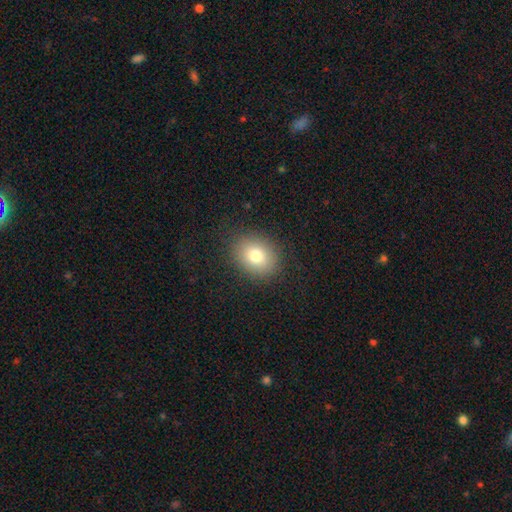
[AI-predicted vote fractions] A smooth galaxy with no disk features (79%) that is round (50%).

Vote fractions:
- Smooth or featured? smooth: 79% / star or artifact: 11% / featured or disk: 10%
- How rounded? round: 50% / in between: 49% / cigar-shaped: 1%
- Merging? none: 87% / minor disturbance: 9% / major disturbance: 3% / merger: 1%